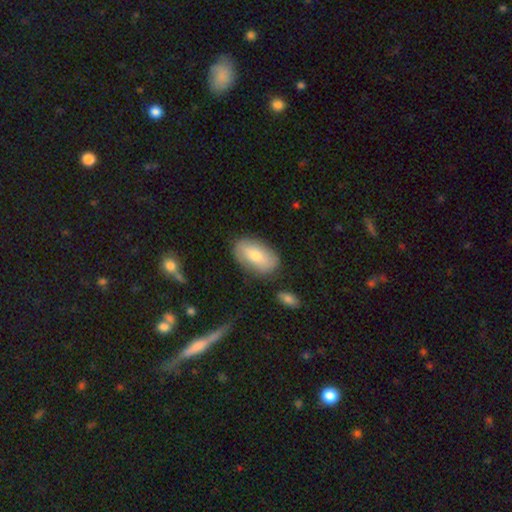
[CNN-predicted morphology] smooth_or_featured: smooth (p=0.66) [alt: featured or disk p=0.28]
how_rounded: in between (p=0.92) [alt: round p=0.06]
merging: none (p=0.79) [alt: minor disturbance p=0.15]